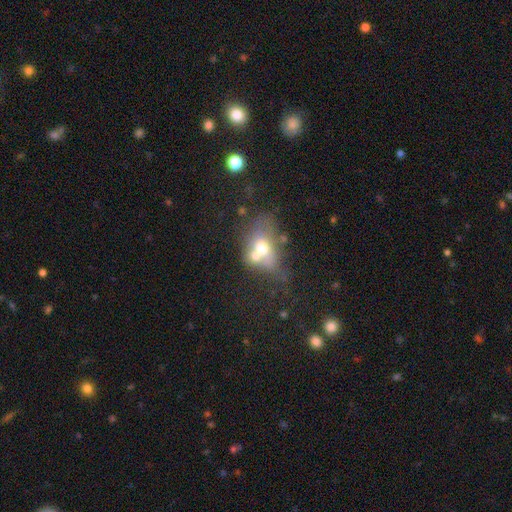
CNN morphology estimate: Smooth or featured? smooth (58%)
How rounded? in between (65%)
Merging? merger (55%)